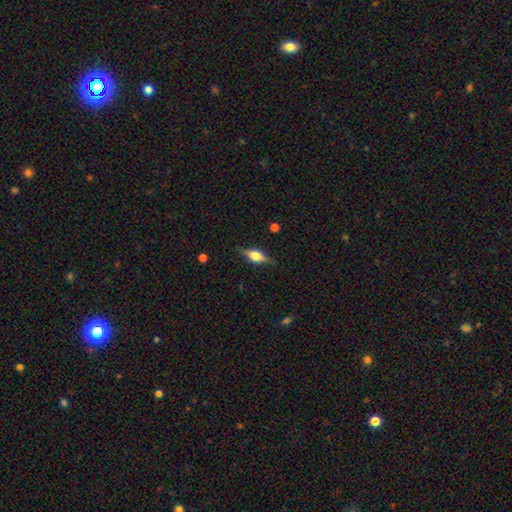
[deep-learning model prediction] Q: Smooth or featured?
A: featured or disk (57%); runner-up: smooth (35%)
Q: Edge-on disk?
A: yes (94%); runner-up: no (6%)
Q: Edge-on bulge?
A: rounded (86%); runner-up: boxy (12%)
Q: Merging?
A: none (82%); runner-up: minor disturbance (13%)